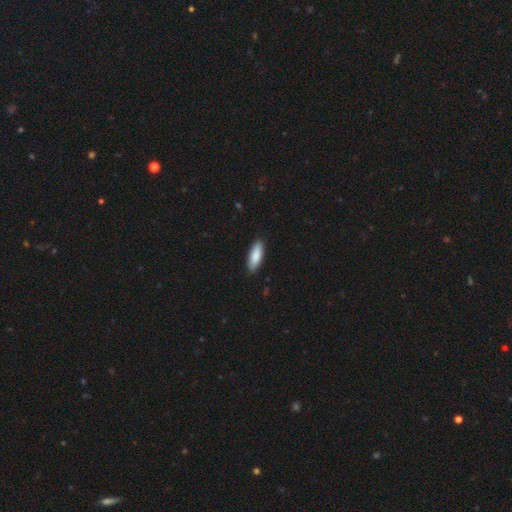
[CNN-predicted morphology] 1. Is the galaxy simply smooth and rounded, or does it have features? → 87% smooth, 7% featured or disk, 5% star or artifact.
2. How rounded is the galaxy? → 58% in between, 40% cigar-shaped, 2% round.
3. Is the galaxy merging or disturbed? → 89% none, 8% minor disturbance, 2% major disturbance, 1% merger.